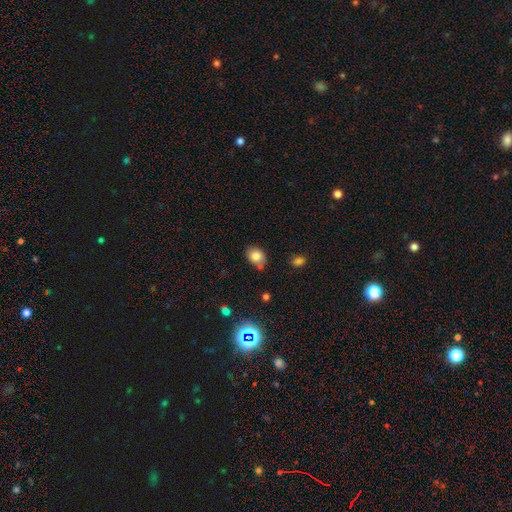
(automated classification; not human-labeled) Smooth or featured? smooth (81%)
How rounded? in between (64%)
Merging? none (69%)